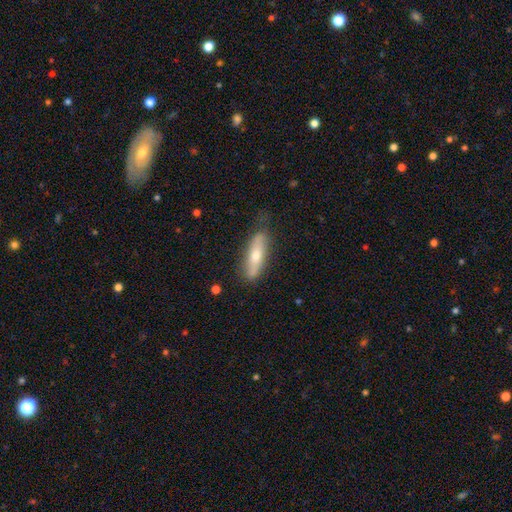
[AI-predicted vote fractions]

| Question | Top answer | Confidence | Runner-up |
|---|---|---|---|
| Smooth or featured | smooth | 54% | featured or disk (40%) |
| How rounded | cigar-shaped | 60% | in between (38%) |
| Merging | none | 74% | minor disturbance (20%) |